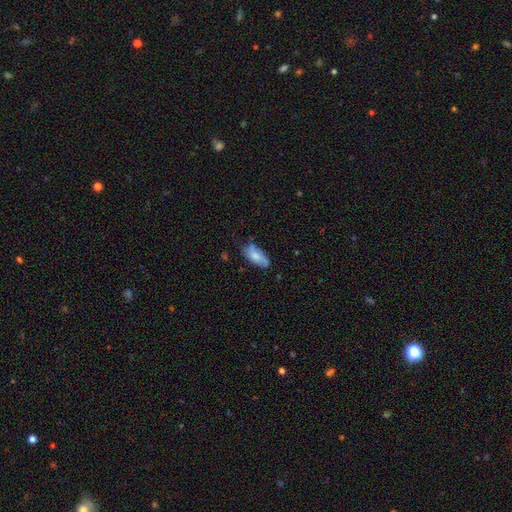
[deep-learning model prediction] Smooth or featured? smooth (71%)
How rounded? in between (87%)
Merging? none (60%)